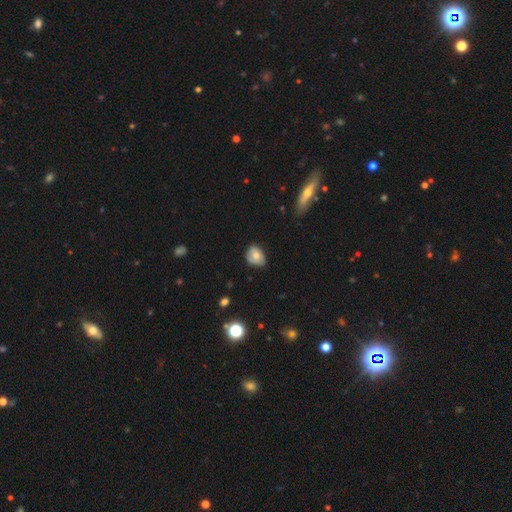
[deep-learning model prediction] Smooth or featured? smooth (64%)
How rounded? in between (62%)
Merging? none (63%)